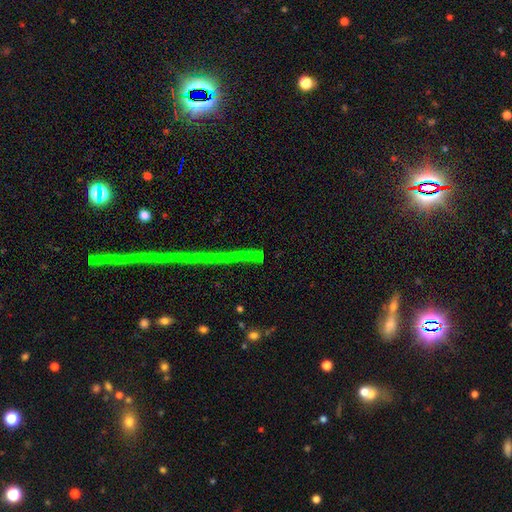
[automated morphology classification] smooth-or-featured: star or artifact: 72% | smooth: 15% | featured or disk: 13%